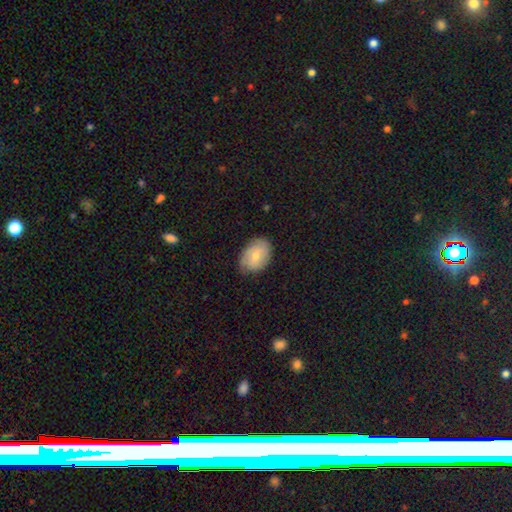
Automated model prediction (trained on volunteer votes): Overall: smooth (54%; featured or disk 40%). How rounded: in between (78%). Merging: none (75%).